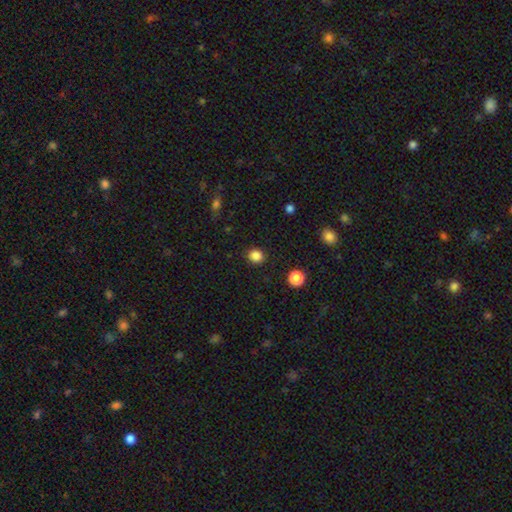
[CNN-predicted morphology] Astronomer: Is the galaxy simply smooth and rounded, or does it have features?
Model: smooth — 85%.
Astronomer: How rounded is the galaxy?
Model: round — 80%.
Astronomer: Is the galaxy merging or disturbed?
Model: none — 90%.